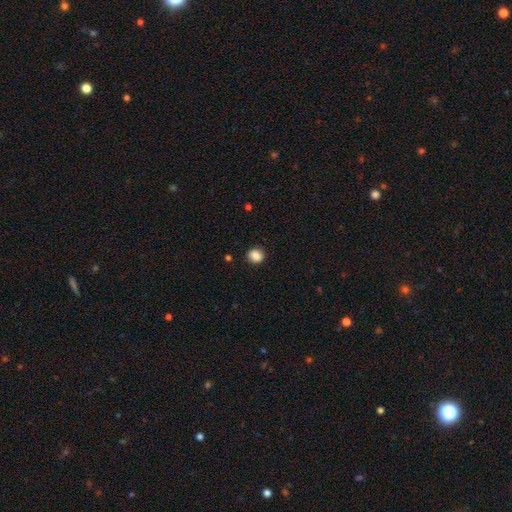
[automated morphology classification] smooth 87%, star or artifact 9%, featured or disk 4%. Down the decision tree: how rounded — round (68%); merging — none (87%).